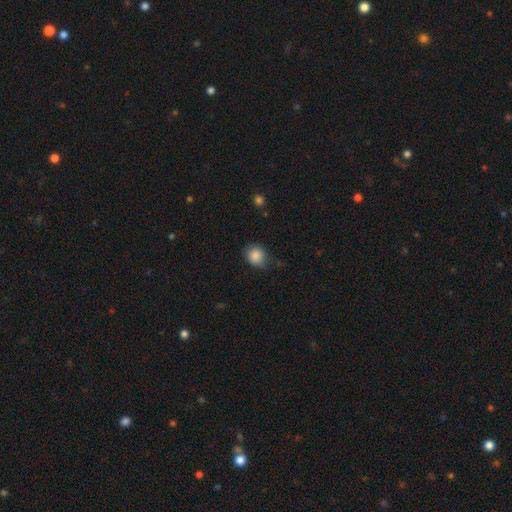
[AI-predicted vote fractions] Smooth or featured?
  - smooth: 86% *
  - star or artifact: 9%
  - featured or disk: 5%
How rounded?
  - round: 75% *
  - in between: 24%
  - cigar-shaped: 1%
Merging?
  - none: 67% *
  - minor disturbance: 26%
  - major disturbance: 5%
  - merger: 2%